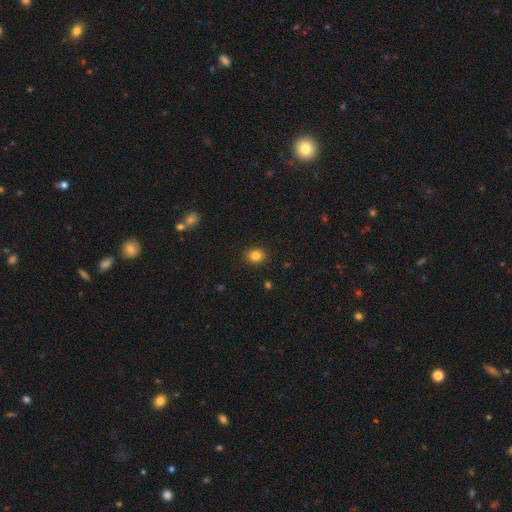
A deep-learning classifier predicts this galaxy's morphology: Overall: smooth (82%). How rounded: round (66%; in between 33%). Merging: none (90%).